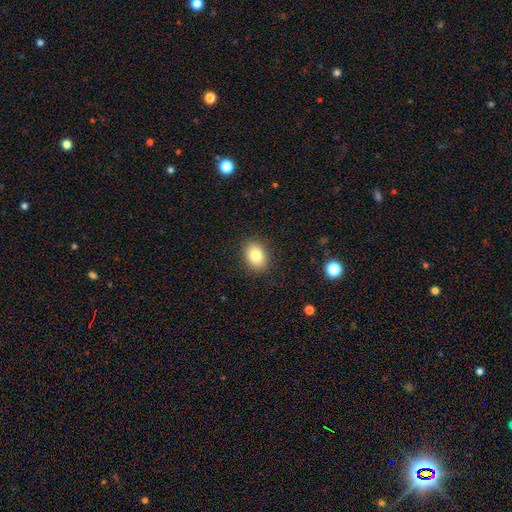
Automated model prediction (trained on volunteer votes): Smooth or featured? Predicted: smooth (p=0.82). How rounded? Predicted: in between (p=0.68). Merging? Predicted: none (p=0.89).